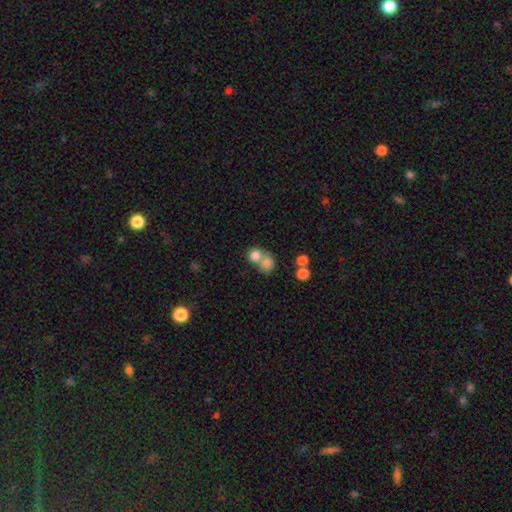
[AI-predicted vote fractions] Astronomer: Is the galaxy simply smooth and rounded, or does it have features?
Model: smooth — 79%.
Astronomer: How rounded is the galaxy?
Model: round — 77%.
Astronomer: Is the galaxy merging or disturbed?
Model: merger — 58%.